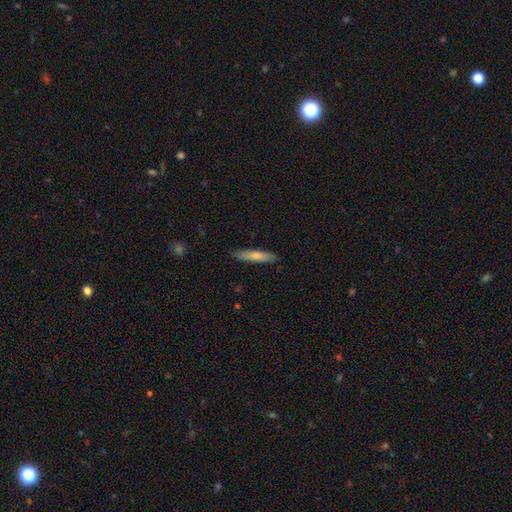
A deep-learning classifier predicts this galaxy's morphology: Smooth or featured?
  - smooth: 72% *
  - featured or disk: 22%
  - star or artifact: 5%
How rounded?
  - cigar-shaped: 86% *
  - in between: 13%
  - round: 1%
Merging?
  - none: 87% *
  - minor disturbance: 10%
  - major disturbance: 2%
  - merger: 1%